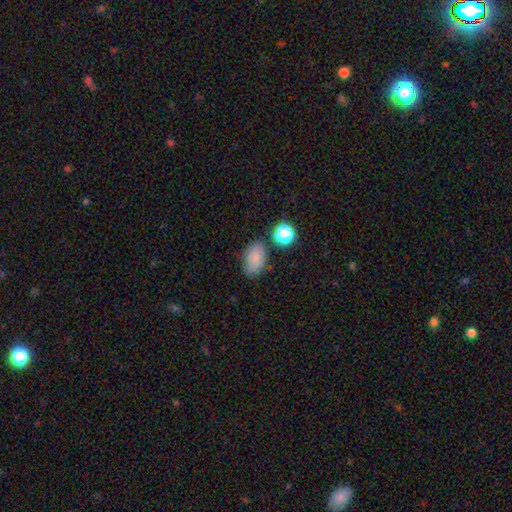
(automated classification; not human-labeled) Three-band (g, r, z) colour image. It shows a smooth galaxy with no disk features (81%) that is in between round and cigar-shaped (86%). Merging: none (72%).